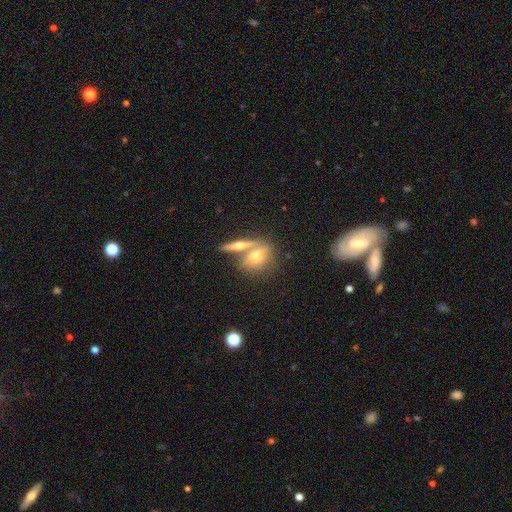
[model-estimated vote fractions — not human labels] Q: Smooth or featured?
A: smooth (48%); runner-up: featured or disk (40%)
Q: Merging?
A: none (48%); runner-up: merger (37%)